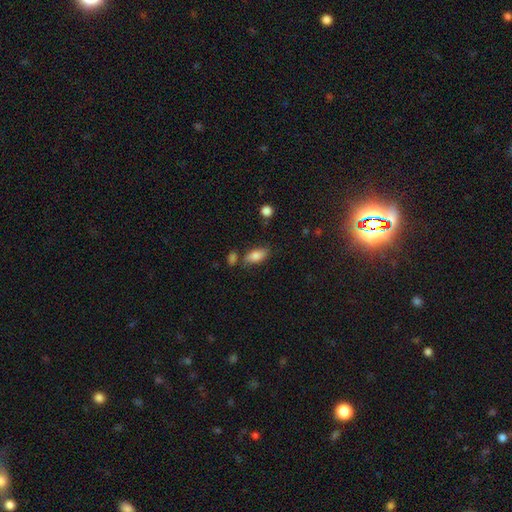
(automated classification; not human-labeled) Q: Smooth or featured?
A: smooth (81%); runner-up: featured or disk (11%)
Q: How rounded?
A: in between (87%); runner-up: cigar-shaped (9%)
Q: Merging?
A: none (69%); runner-up: minor disturbance (16%)